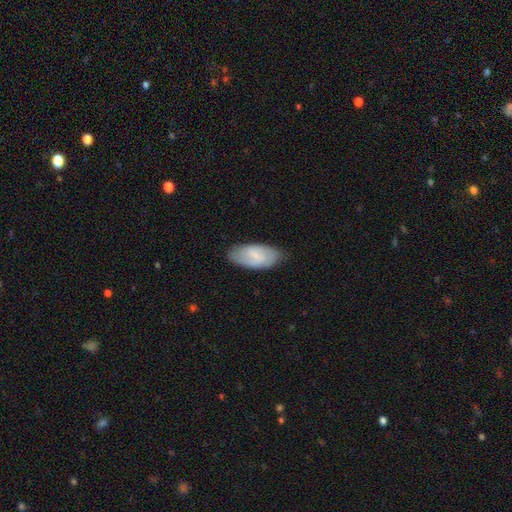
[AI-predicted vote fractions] Q: Smooth or featured?
A: smooth (49%); runner-up: featured or disk (45%)
Q: Merging?
A: none (79%); runner-up: minor disturbance (17%)